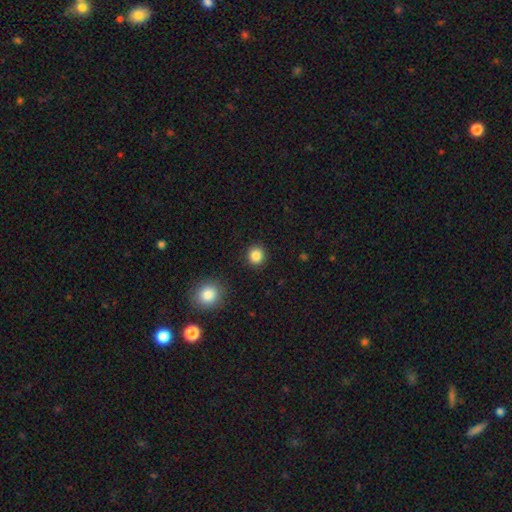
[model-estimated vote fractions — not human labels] A smooth galaxy with no disk features (85%) that is round (91%).

Vote fractions:
- Smooth or featured? smooth: 85% / star or artifact: 11% / featured or disk: 4%
- How rounded? round: 91% / in between: 9% / cigar-shaped: 1%
- Merging? none: 91% / minor disturbance: 5% / major disturbance: 2% / merger: 2%